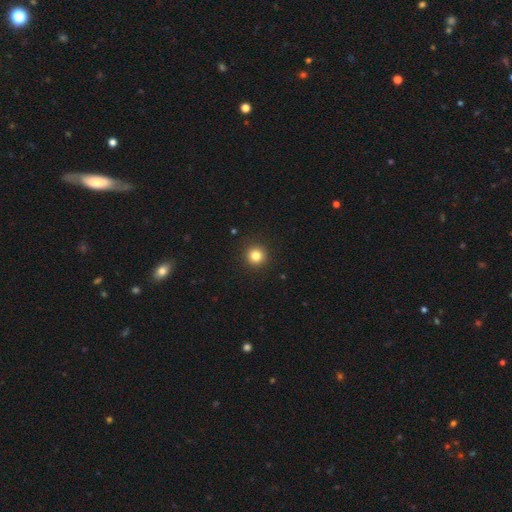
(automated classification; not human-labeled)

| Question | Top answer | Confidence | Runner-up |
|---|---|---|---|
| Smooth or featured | smooth | 83% | star or artifact (12%) |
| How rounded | round | 95% | in between (4%) |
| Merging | none | 93% | minor disturbance (5%) |